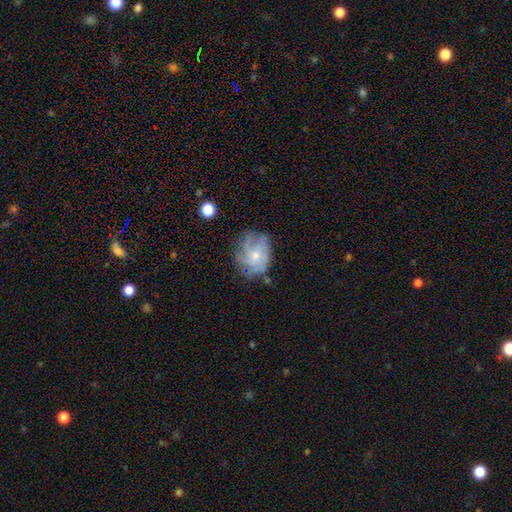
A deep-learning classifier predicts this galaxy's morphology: Smooth or featured: featured or disk — 66% (smooth — 25%)
Edge-on disk: no — 98% (yes — 2%)
Bar: no — 78% (weak — 20%)
Spiral arms: yes — 83% (no — 17%)
Spiral winding: tight — 42% (medium — 39%)
Spiral arm count: can't tell — 39% (4 — 22%)
Bulge size: small — 56% (moderate — 38%)
Merging: none — 64% (minor disturbance — 23%)